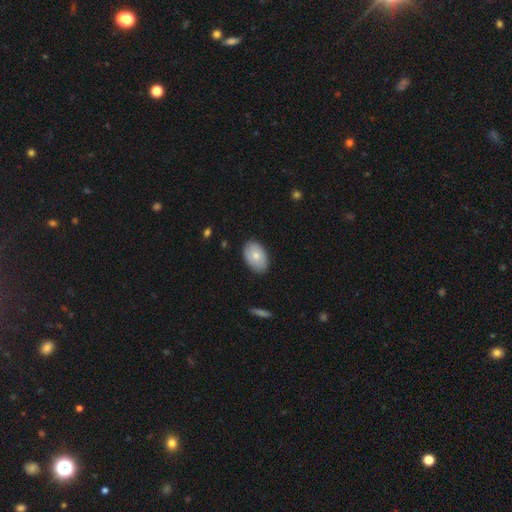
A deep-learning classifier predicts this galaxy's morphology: smooth 78%, featured or disk 17%, star or artifact 6%. Down the decision tree: how rounded — in between (91%); merging — none (85%).